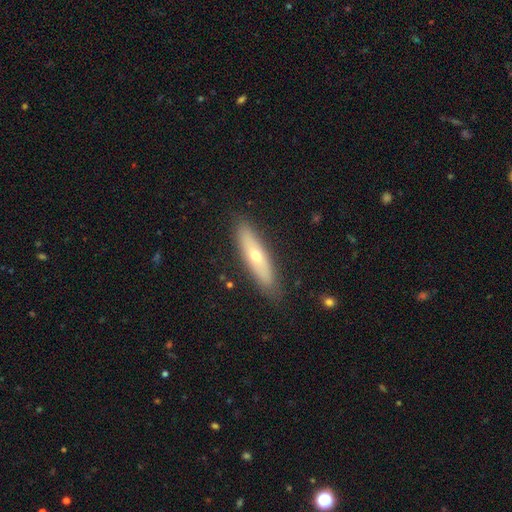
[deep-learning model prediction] This appears to be a smooth galaxy with no disk features (50%). Merging: none (87%).